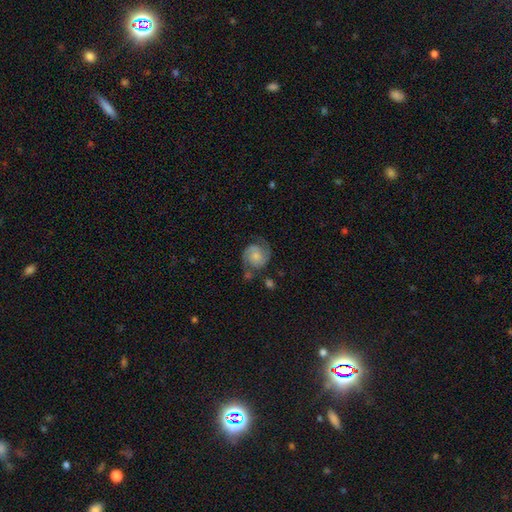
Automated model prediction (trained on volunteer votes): smooth-or-featured: featured or disk: 79% | smooth: 15% | star or artifact: 7%
  disk-edge-on: no: 98% | yes: 2%
    bar: no: 70% | weak: 26% | strong: 5%
    has-spiral-arms: yes: 96% | no: 4%
      spiral-winding: medium: 47% | tight: 38% | loose: 16%
      spiral-arm-count: 2: 90% | can't tell: 4% | 1: 2% | 3: 2% | 4: 1% | more than 4: 1%
    bulge-size: small: 49% | moderate: 35% | none: 10% | large: 4% | dominant: 2%
  merging: none: 65% | minor disturbance: 18% | major disturbance: 9% | merger: 8%